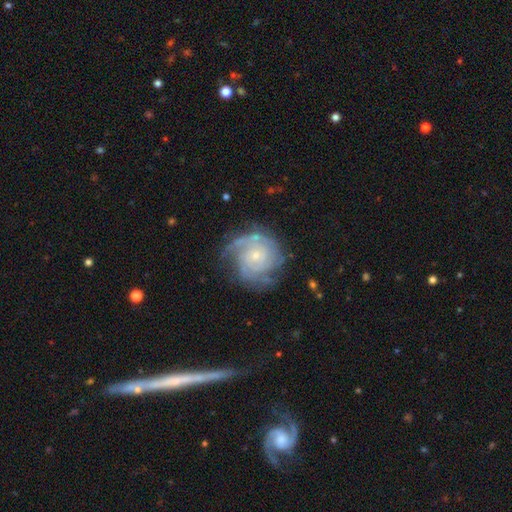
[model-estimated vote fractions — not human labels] Morphology: type=featured or disk (84%); edge-on=no (98%); bar=no (75%); spiral arms=yes (95%); winding=tight (65%); arm count=can't tell (28%); bulge=small (73%); merging=none (67%).